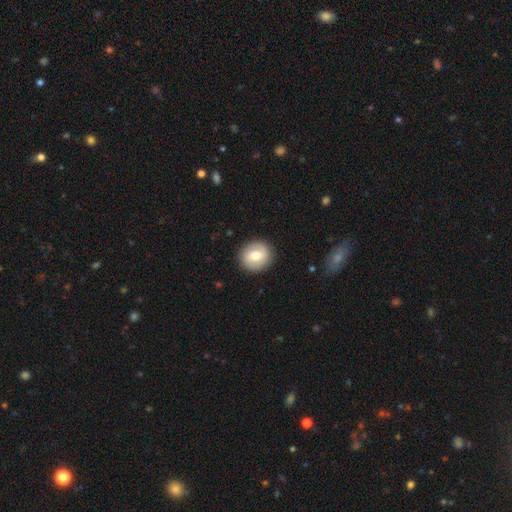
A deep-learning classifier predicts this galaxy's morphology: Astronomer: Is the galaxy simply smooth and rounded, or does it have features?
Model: smooth — 58% (runner-up: featured or disk, 35%).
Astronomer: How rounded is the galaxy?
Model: round — 83%.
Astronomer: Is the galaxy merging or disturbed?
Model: none — 89%.